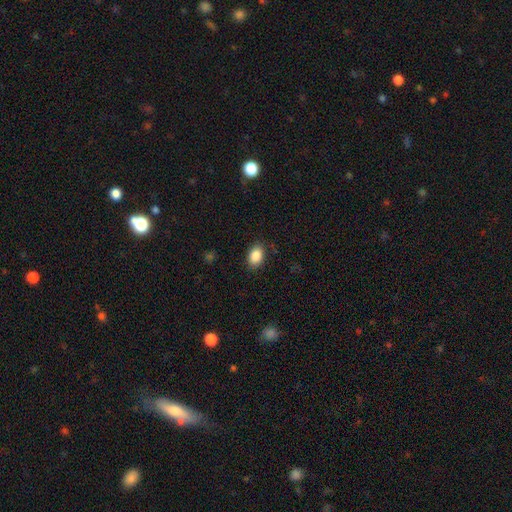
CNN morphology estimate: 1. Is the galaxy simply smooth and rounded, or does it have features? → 87% smooth, 8% star or artifact, 5% featured or disk.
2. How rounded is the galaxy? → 82% in between, 17% round, 1% cigar-shaped.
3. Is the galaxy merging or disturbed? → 86% none, 11% minor disturbance, 3% major disturbance, 1% merger.